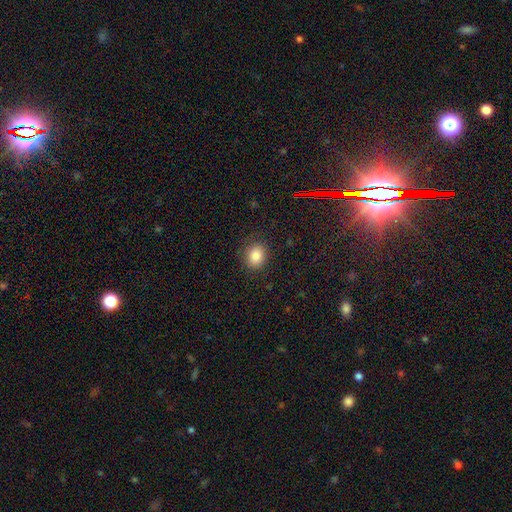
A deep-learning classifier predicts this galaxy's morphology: A smooth galaxy with no disk features (84%) that is round (64%). Merging: none (86%).